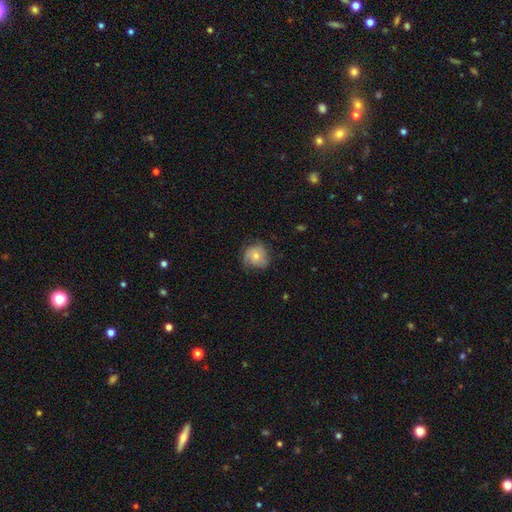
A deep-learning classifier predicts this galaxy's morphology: Smooth or featured? smooth (53%)
How rounded? round (82%)
Merging? none (64%)